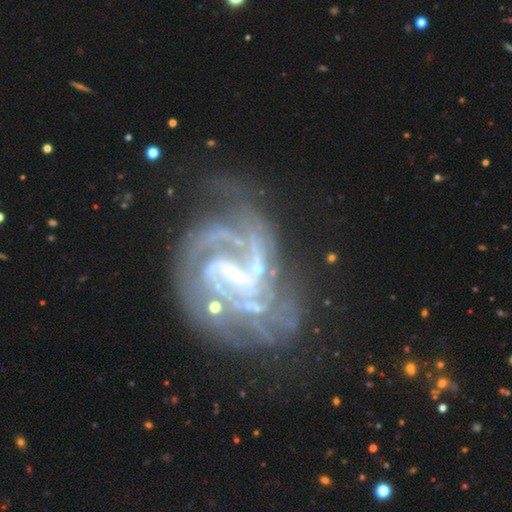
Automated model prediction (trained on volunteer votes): Q: Smooth or featured?
A: featured or disk (89%); runner-up: star or artifact (7%)
Q: Edge-on disk?
A: no (98%); runner-up: yes (2%)
Q: Bar?
A: weak (42%); runner-up: strong (41%)
Q: Spiral arms?
A: yes (95%); runner-up: no (5%)
Q: Spiral winding?
A: medium (45%); runner-up: tight (42%)
Q: Spiral arm count?
A: 2 (35%); runner-up: can't tell (21%)
Q: Bulge size?
A: small (68%); runner-up: moderate (16%)
Q: Merging?
A: none (50%); runner-up: major disturbance (24%)